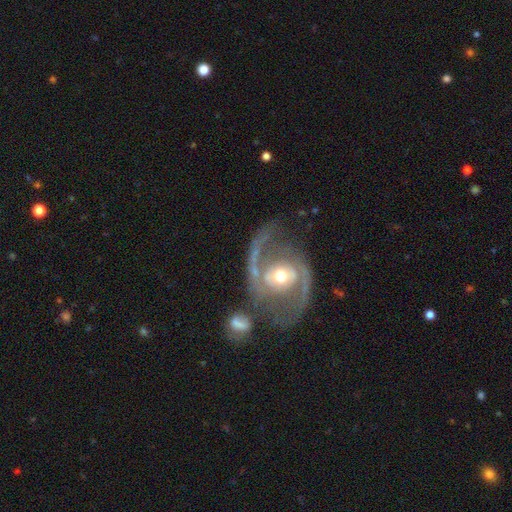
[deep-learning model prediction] Smooth or featured? featured or disk (90%)
Edge-on disk? no (97%)
Bar? no (51%)
Spiral arms? yes (96%)
Spiral winding? medium (57%)
Spiral arm count? 2 (92%)
Bulge size? moderate (68%)
Merging? none (59%)